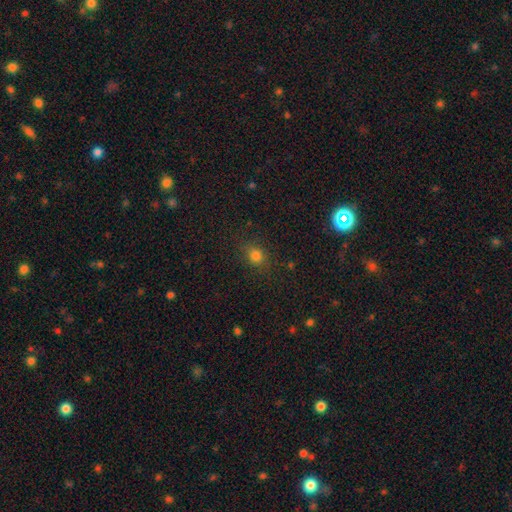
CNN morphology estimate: Q: Smooth or featured?
A: smooth (78%); runner-up: star or artifact (16%)
Q: How rounded?
A: round (69%); runner-up: in between (30%)
Q: Merging?
A: none (83%); runner-up: minor disturbance (12%)